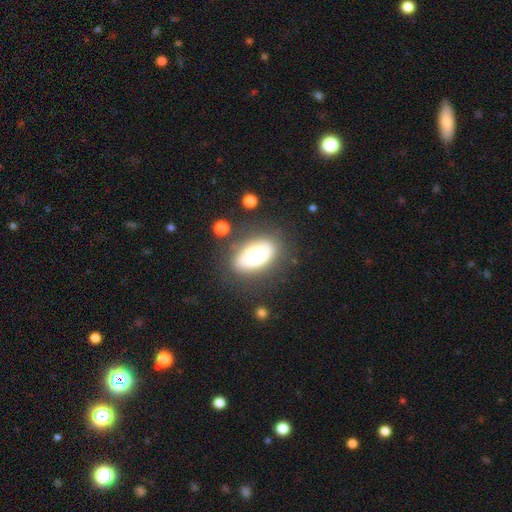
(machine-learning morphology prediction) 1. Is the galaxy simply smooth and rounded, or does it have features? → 75% smooth, 17% featured or disk, 8% star or artifact.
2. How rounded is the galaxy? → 91% in between, 5% round, 4% cigar-shaped.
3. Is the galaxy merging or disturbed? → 75% none, 15% minor disturbance, 7% major disturbance, 3% merger.